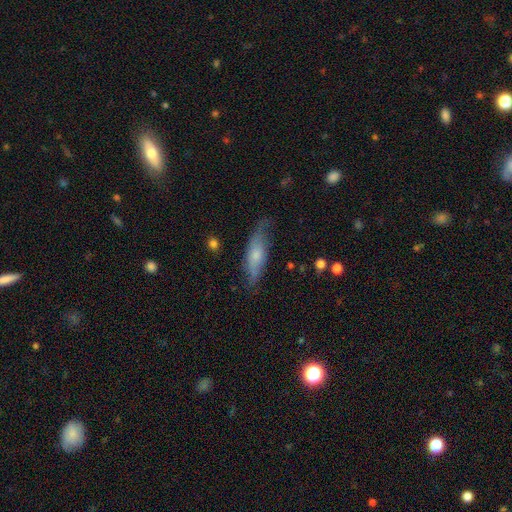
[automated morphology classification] smooth_or_featured: smooth (p=0.51) [alt: featured or disk p=0.42]
how_rounded: cigar-shaped (p=0.50) [alt: in between p=0.48]
merging: none (p=0.64) [alt: minor disturbance p=0.26]